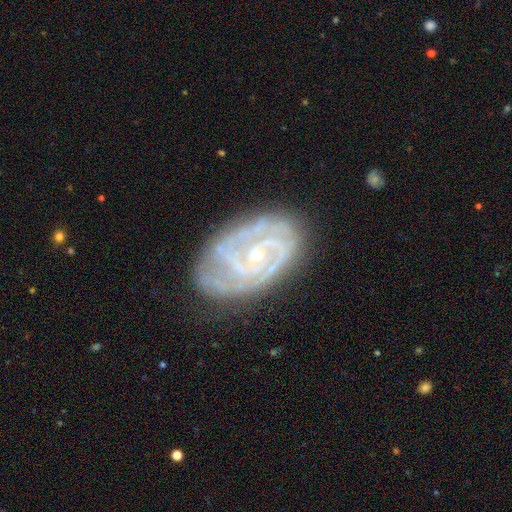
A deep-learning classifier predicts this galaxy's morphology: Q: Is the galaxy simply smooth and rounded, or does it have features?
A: featured or disk — 88%.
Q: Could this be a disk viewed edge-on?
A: no — 97%.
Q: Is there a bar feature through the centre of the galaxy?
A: no — 62%.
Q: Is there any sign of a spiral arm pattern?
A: yes — 96%.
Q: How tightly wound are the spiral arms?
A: tight — 67%.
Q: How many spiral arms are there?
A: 2 — 37%.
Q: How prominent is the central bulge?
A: small — 76%.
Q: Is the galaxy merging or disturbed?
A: none — 72%.